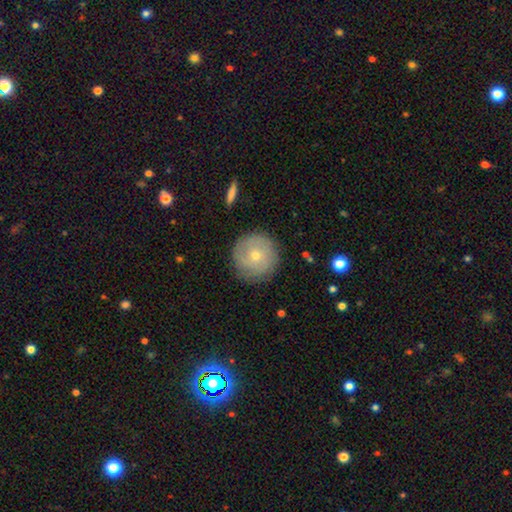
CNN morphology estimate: Overall: smooth (47%; featured or disk 44%). Merging: none (85%).